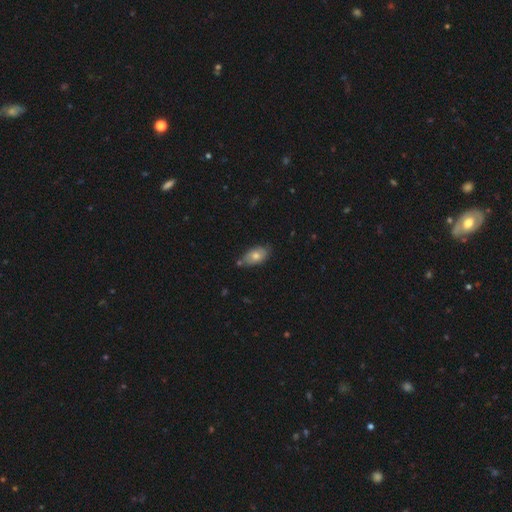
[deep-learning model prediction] A smooth galaxy with no disk features (68%) that is in between round and cigar-shaped (90%). Merging: none (69%).